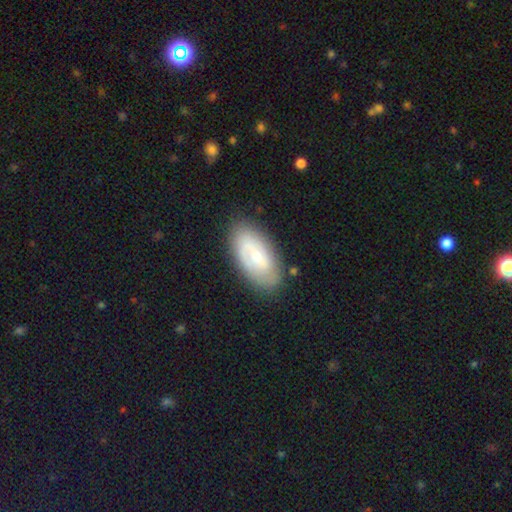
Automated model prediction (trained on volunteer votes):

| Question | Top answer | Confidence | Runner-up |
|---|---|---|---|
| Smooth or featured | featured or disk | 54% | smooth (40%) |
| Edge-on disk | no | 91% | yes (9%) |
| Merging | none | 80% | minor disturbance (14%) |